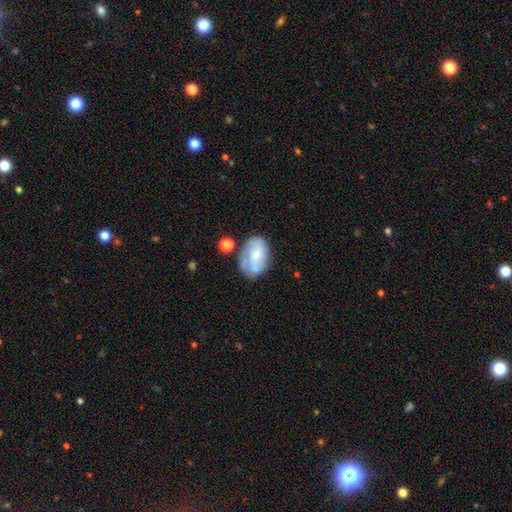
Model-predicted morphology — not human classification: smooth_or_featured: smooth (p=0.52) [alt: featured or disk p=0.40]
how_rounded: in between (p=0.85) [alt: round p=0.14]
merging: none (p=0.50) [alt: minor disturbance p=0.26]